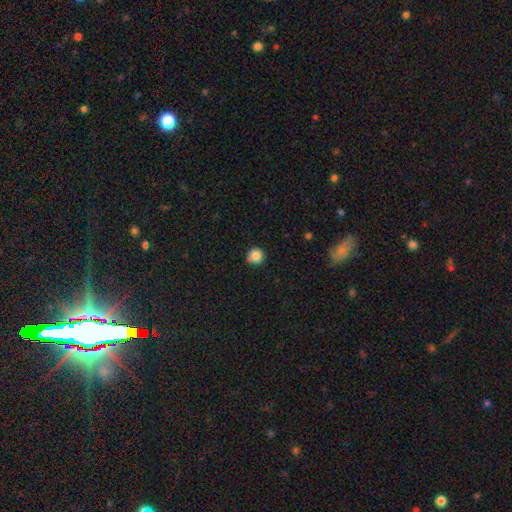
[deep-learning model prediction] Q: Smooth or featured?
A: smooth (85%); runner-up: star or artifact (10%)
Q: How rounded?
A: round (95%); runner-up: in between (4%)
Q: Merging?
A: none (88%); runner-up: minor disturbance (9%)